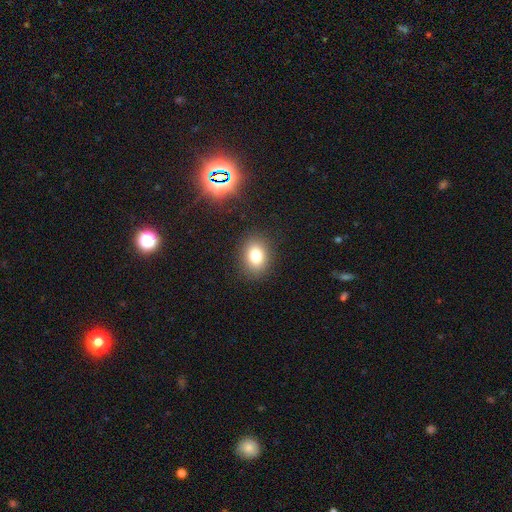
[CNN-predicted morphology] A smooth galaxy with no disk features (77%) that is in between round and cigar-shaped (57%). Merging: none (88%).